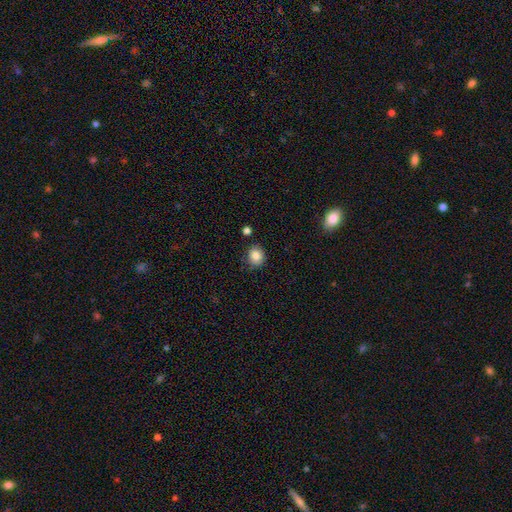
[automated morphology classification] Smooth or featured? smooth (85%)
How rounded? round (78%)
Merging? none (84%)